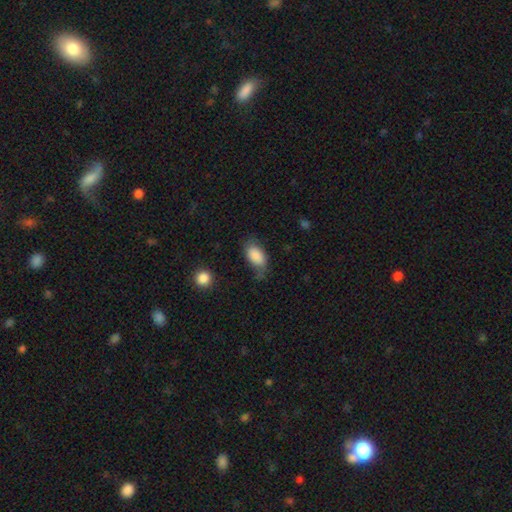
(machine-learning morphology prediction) A smooth galaxy with no disk features (82%) that is in between round and cigar-shaped (92%).

Vote fractions:
- Smooth or featured? smooth: 82% / featured or disk: 10% / star or artifact: 7%
- How rounded? in between: 92% / round: 6% / cigar-shaped: 2%
- Merging? none: 52% / minor disturbance: 31% / major disturbance: 13% / merger: 3%